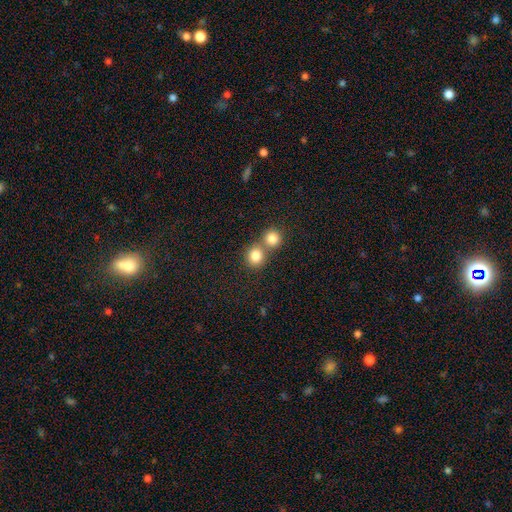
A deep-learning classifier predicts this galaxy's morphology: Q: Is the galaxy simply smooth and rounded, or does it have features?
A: smooth — 83%.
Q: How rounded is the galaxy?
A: round — 87%.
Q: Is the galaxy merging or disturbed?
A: none — 47%.